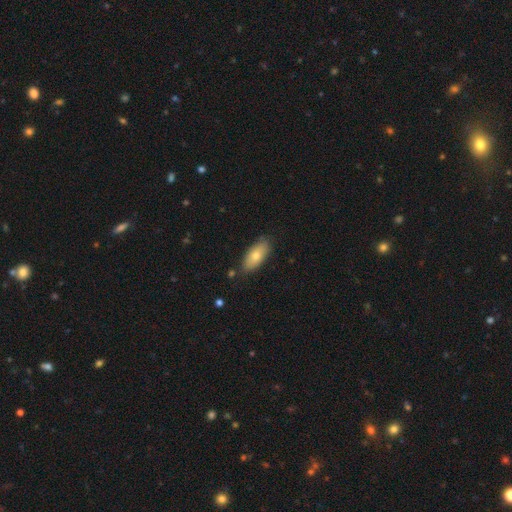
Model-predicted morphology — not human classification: Q: Smooth or featured?
A: smooth (75%); runner-up: featured or disk (19%)
Q: How rounded?
A: in between (84%); runner-up: cigar-shaped (13%)
Q: Merging?
A: none (80%); runner-up: minor disturbance (15%)